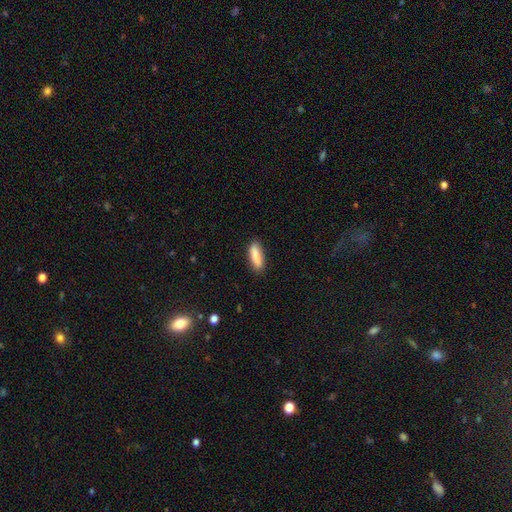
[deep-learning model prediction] This is clearly a smooth galaxy (85%). How rounded: possibly cigar-shaped (52%). Merging: clearly none (86%).